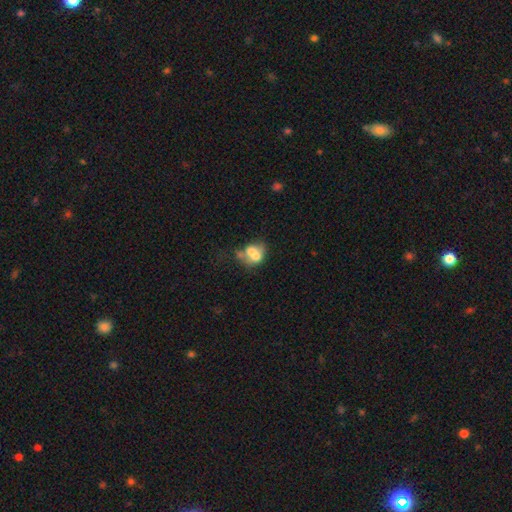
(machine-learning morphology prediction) Smooth or featured? smooth (55%)
How rounded? in between (53%)
Merging? merger (58%)